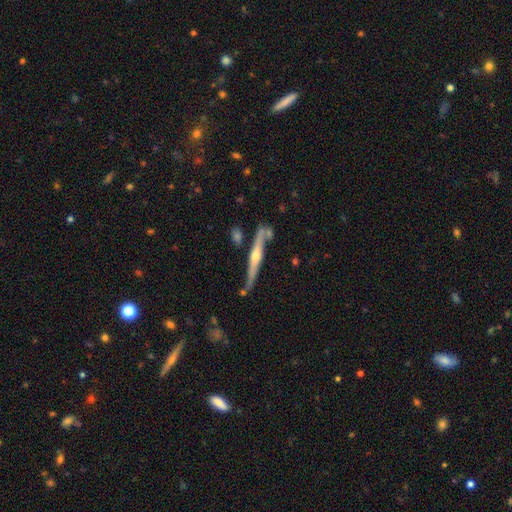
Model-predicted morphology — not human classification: Smooth or featured? featured or disk (81%)
Edge-on disk? yes (95%)
Edge-on bulge? rounded (87%)
Merging? none (71%)